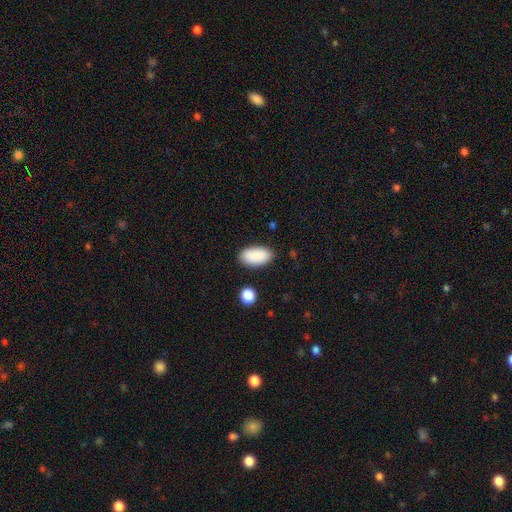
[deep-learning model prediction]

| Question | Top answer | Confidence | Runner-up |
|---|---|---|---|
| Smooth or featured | smooth | 90% | star or artifact (6%) |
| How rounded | in between | 95% | cigar-shaped (3%) |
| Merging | none | 86% | minor disturbance (10%) |